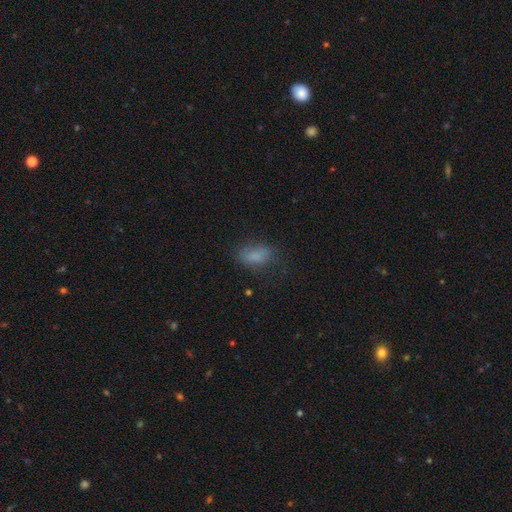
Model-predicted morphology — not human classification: Smooth or featured? Predicted: smooth (p=0.79). How rounded? Predicted: in between (p=0.87). Merging? Predicted: none (p=0.63).